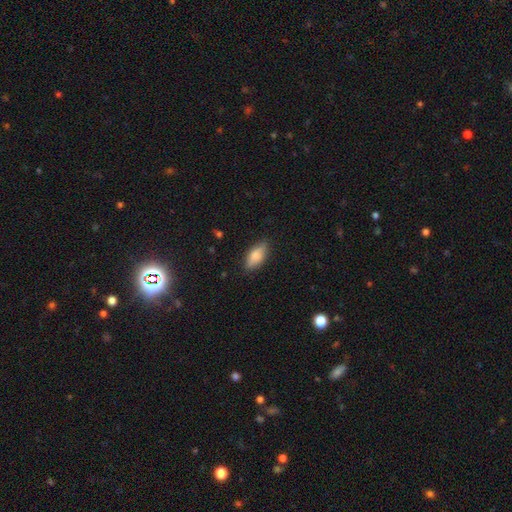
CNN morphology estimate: type=smooth (79%); roundness=in between (84%); merging=none (82%).